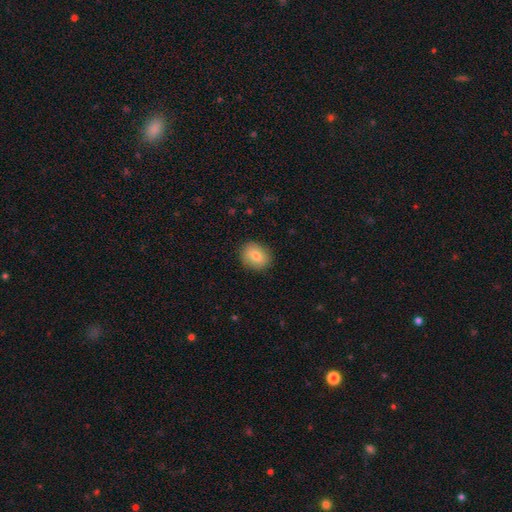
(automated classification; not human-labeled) A smooth galaxy with no disk features (80%) that is round (59%). Merging: none (87%).